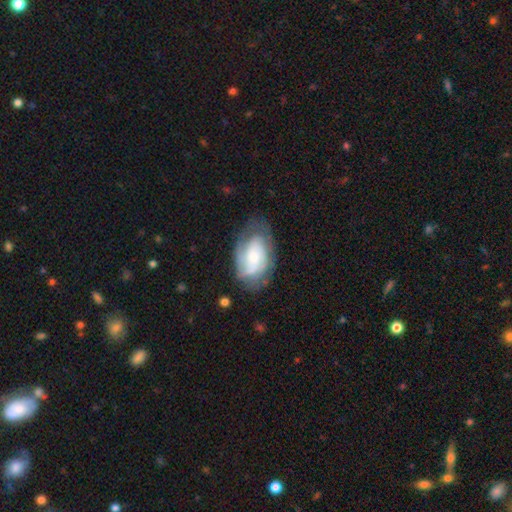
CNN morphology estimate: Smooth or featured? Predicted: featured or disk (p=0.64). Edge-on disk? Predicted: no (p=0.96). Bar? Predicted: no (p=0.69). Spiral arms? Predicted: yes (p=0.84). Spiral winding? Predicted: tight (p=0.53). Spiral arm count? Predicted: can't tell (p=0.39). Bulge size? Predicted: small (p=0.47). Merging? Predicted: none (p=0.65).